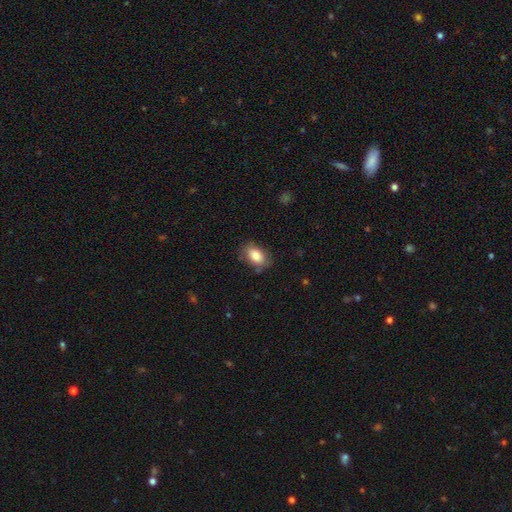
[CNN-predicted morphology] This appears to be a smooth galaxy with no disk features (82%) that is in between round and cigar-shaped (87%). Merging: none (76%).